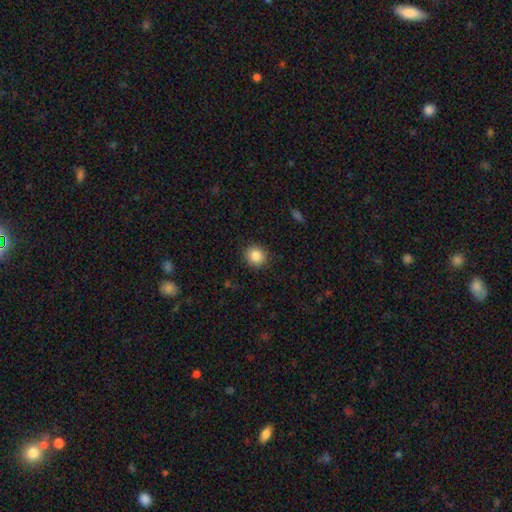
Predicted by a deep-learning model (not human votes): Smooth or featured? smooth (85%)
How rounded? round (88%)
Merging? none (90%)